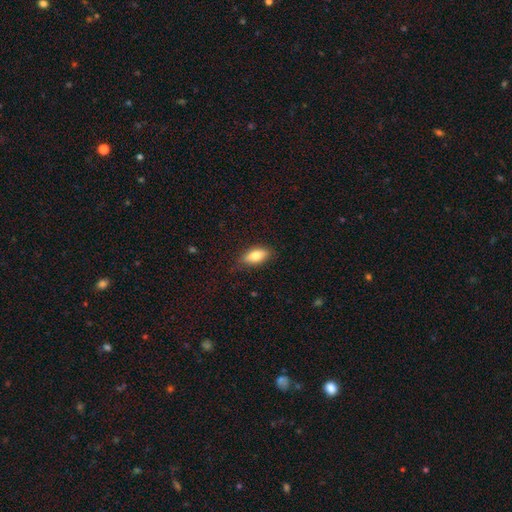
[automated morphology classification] Overall: smooth (75%). How rounded: in between (83%). Merging: none (79%).